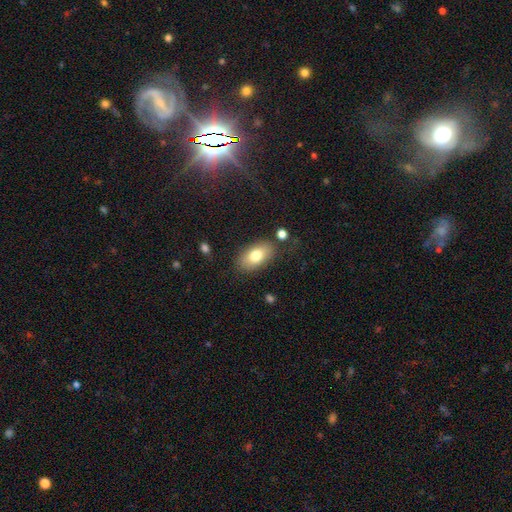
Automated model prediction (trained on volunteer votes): Overall: smooth (77%). How rounded: in between (92%). Merging: none (80%).